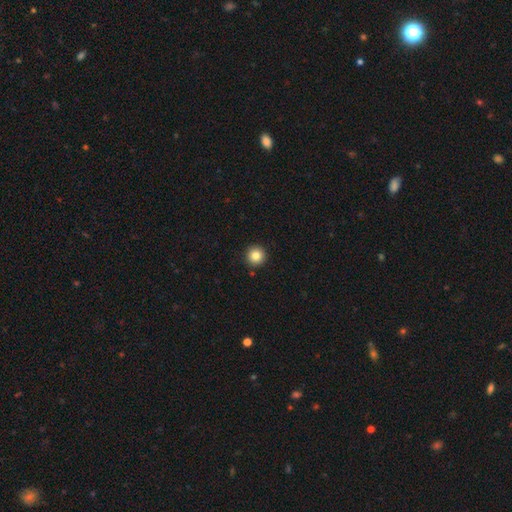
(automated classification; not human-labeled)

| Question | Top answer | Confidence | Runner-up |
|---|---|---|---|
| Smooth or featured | smooth | 84% | star or artifact (10%) |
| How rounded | round | 96% | in between (3%) |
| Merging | none | 92% | minor disturbance (5%) |